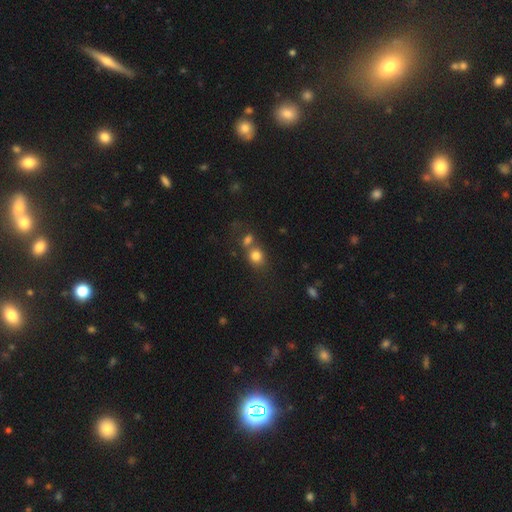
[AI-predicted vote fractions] The model was most divided on "merging": none: 47%, merger: 39%, minor disturbance: 9%, major disturbance: 5%. More confident: smooth or featured — smooth (79%); how rounded — round (71%).